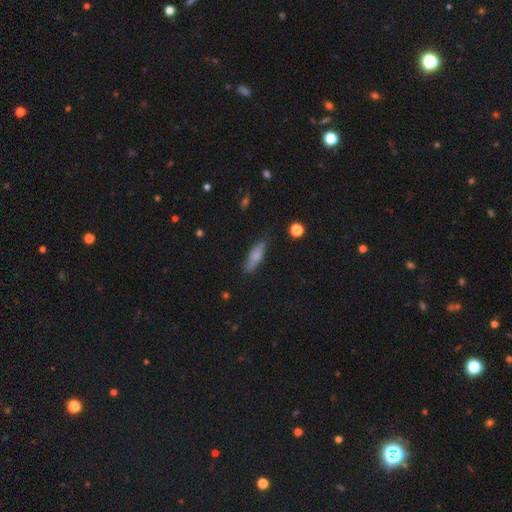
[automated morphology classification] A smooth galaxy with no disk features (71%) that is cigar-shaped (58%).

Vote fractions:
- Smooth or featured? smooth: 71% / featured or disk: 22% / star or artifact: 8%
- How rounded? cigar-shaped: 58% / in between: 39% / round: 3%
- Merging? none: 78% / minor disturbance: 16% / major disturbance: 3% / merger: 2%